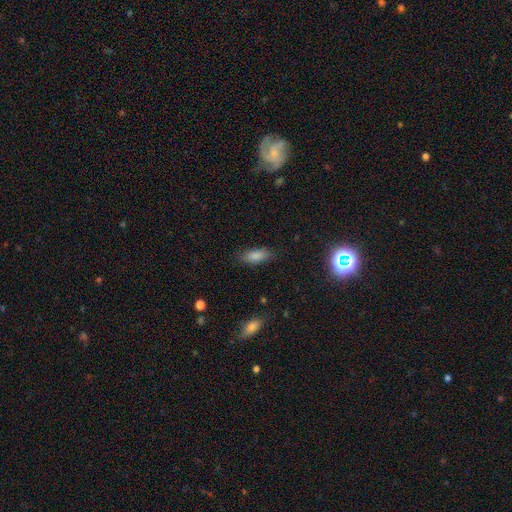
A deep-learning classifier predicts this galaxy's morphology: type=smooth (83%); roundness=in between (80%); merging=none (81%).